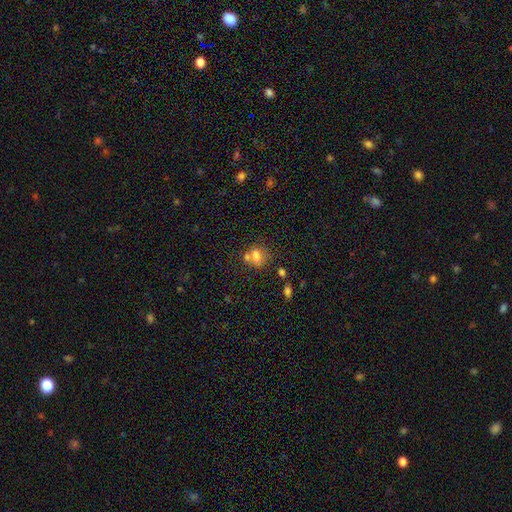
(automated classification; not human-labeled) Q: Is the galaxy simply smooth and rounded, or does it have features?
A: smooth — 70%.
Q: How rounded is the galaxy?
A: in between — 53%.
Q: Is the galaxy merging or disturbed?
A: none — 45%.